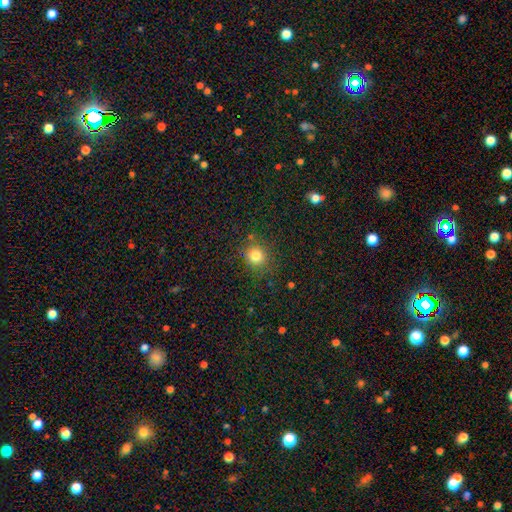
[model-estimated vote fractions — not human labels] smooth-or-featured: smooth: 81% | star or artifact: 13% | featured or disk: 6%
  how-rounded: round: 90% | in between: 9% | cigar-shaped: 1%
  merging: none: 85% | minor disturbance: 9% | major disturbance: 3% | merger: 2%